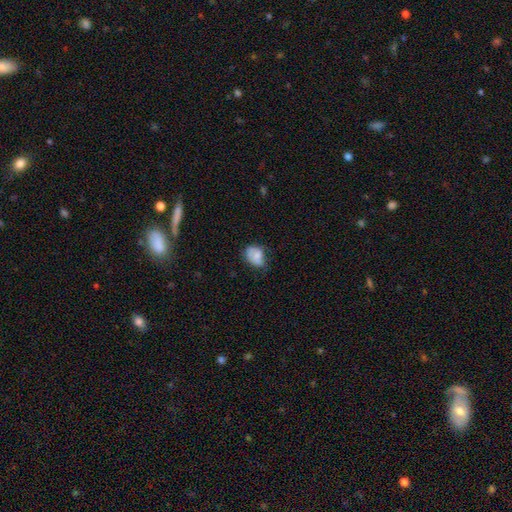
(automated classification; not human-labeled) This is likely a smooth galaxy (74%). How rounded: likely in between (70%). Merging: possibly none (45%).